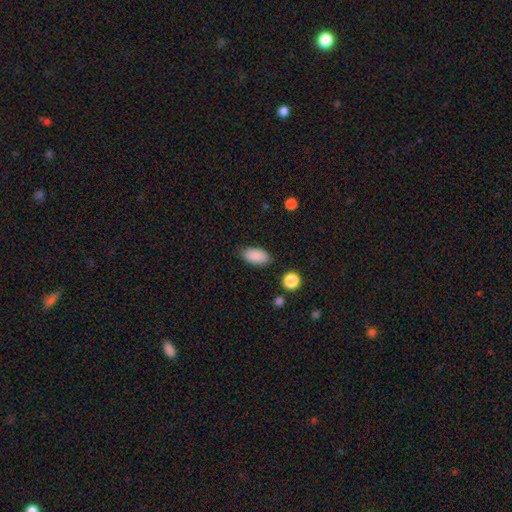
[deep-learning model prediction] smooth-or-featured: smooth: 89% | star or artifact: 7% | featured or disk: 4%
  how-rounded: in between: 93% | round: 4% | cigar-shaped: 3%
  merging: none: 84% | minor disturbance: 12% | major disturbance: 3% | merger: 2%